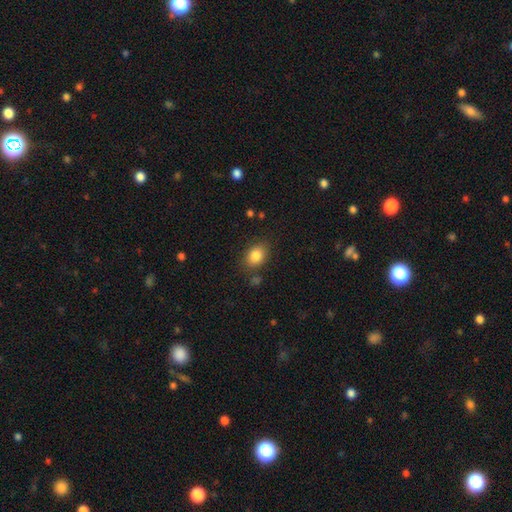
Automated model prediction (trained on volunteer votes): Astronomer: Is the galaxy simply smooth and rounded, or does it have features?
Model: smooth — 85%.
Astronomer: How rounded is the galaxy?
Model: in between — 70%.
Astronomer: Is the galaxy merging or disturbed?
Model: none — 80%.